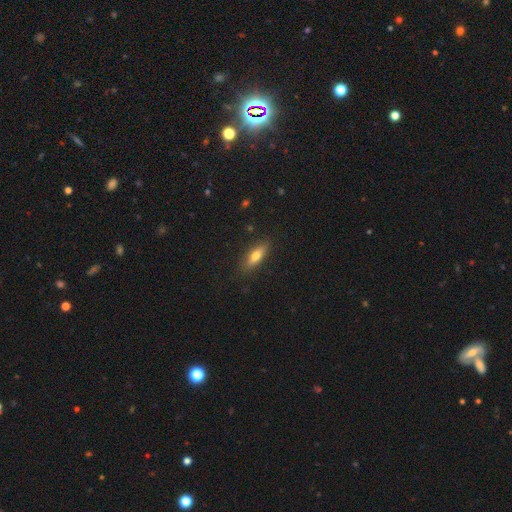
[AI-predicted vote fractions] smooth-or-featured: smooth: 62% | featured or disk: 31% | star or artifact: 7%
  how-rounded: cigar-shaped: 50% | in between: 47% | round: 3%
  merging: none: 86% | minor disturbance: 10% | major disturbance: 2% | merger: 1%